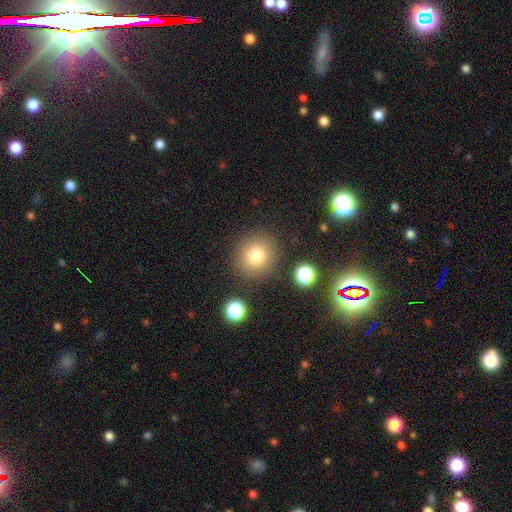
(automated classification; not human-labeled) Morphology: type=smooth (79%); roundness=round (89%); merging=none (86%).